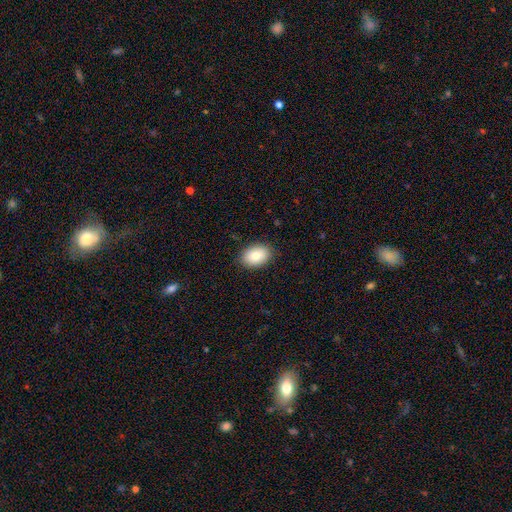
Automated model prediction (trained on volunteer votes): smooth-or-featured: smooth: 82% | featured or disk: 10% | star or artifact: 8%
  how-rounded: in between: 81% | round: 18% | cigar-shaped: 1%
  merging: none: 88% | minor disturbance: 9% | major disturbance: 2% | merger: 1%